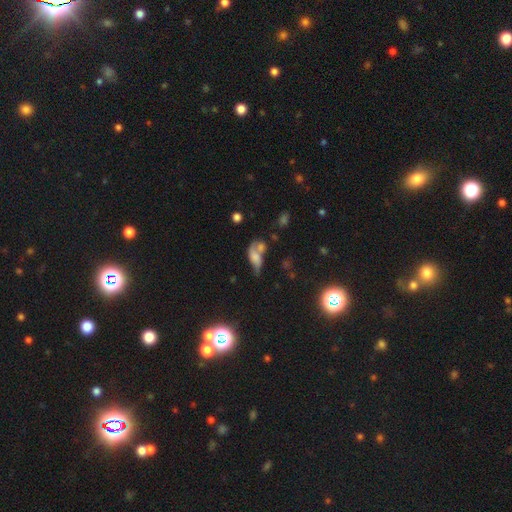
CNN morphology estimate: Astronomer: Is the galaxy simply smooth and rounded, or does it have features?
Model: smooth — 52% (runner-up: featured or disk, 33%).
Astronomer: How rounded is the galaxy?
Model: in between — 78%.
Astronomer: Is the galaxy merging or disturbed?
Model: merger — 41% (runner-up: none, 22%).